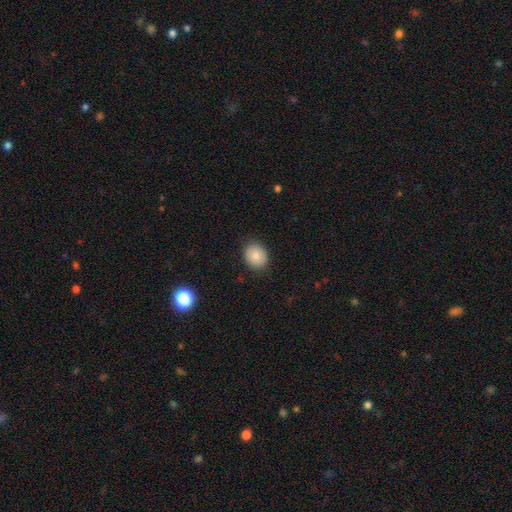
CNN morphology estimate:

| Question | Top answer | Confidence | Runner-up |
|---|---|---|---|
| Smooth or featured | smooth | 83% | star or artifact (9%) |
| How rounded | round | 59% | in between (41%) |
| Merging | none | 87% | minor disturbance (10%) |